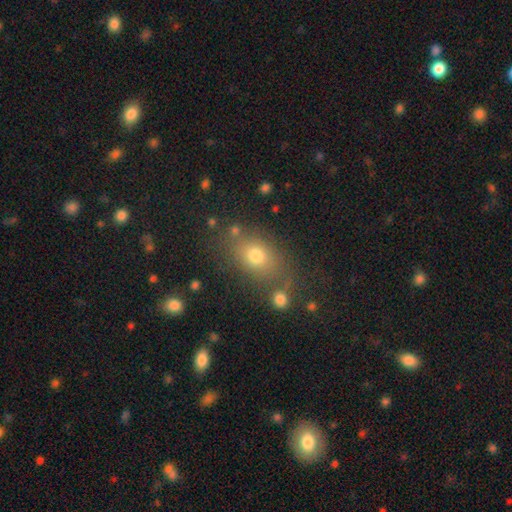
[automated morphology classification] Overall: smooth (72%). How rounded: in between (66%; round 31%). Merging: none (73%).